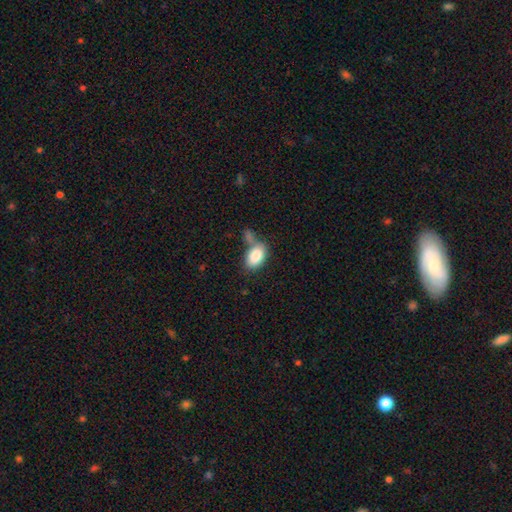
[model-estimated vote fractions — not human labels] Smooth or featured: smooth — 85% (featured or disk — 7%)
How rounded: in between — 91% (round — 7%)
Merging: none — 44% (merger — 29%)